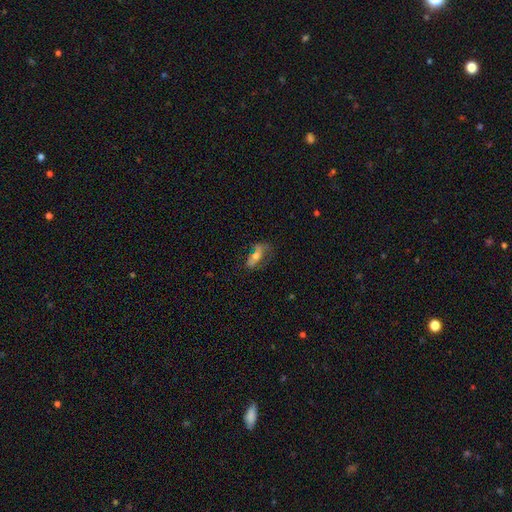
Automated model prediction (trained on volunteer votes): Smooth or featured? smooth (50%)
Merging? none (49%)